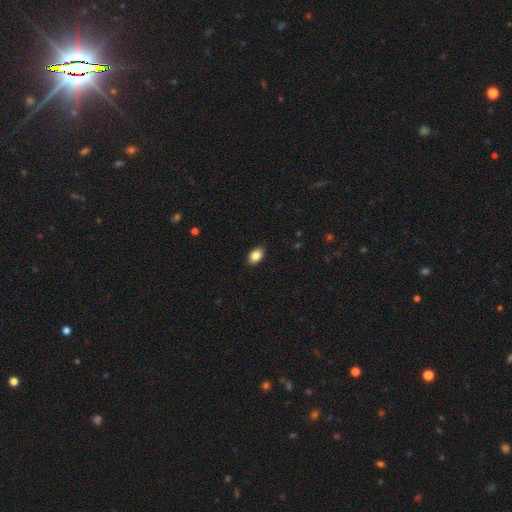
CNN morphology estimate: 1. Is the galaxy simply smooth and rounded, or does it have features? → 86% smooth, 8% star or artifact, 7% featured or disk.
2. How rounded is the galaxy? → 88% in between, 11% round, 1% cigar-shaped.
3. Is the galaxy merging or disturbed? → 89% none, 8% minor disturbance, 2% major disturbance, 1% merger.